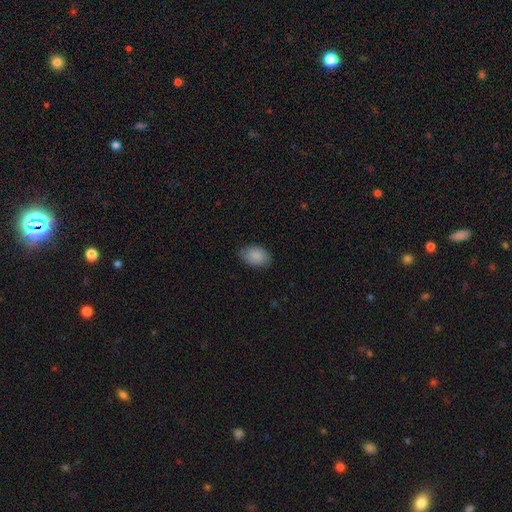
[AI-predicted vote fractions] A smooth galaxy with no disk features (86%) that is in between round and cigar-shaped (87%).

Vote fractions:
- Smooth or featured? smooth: 86% / featured or disk: 7% / star or artifact: 7%
- How rounded? in between: 87% / round: 12% / cigar-shaped: 1%
- Merging? none: 75% / minor disturbance: 20% / major disturbance: 3% / merger: 1%